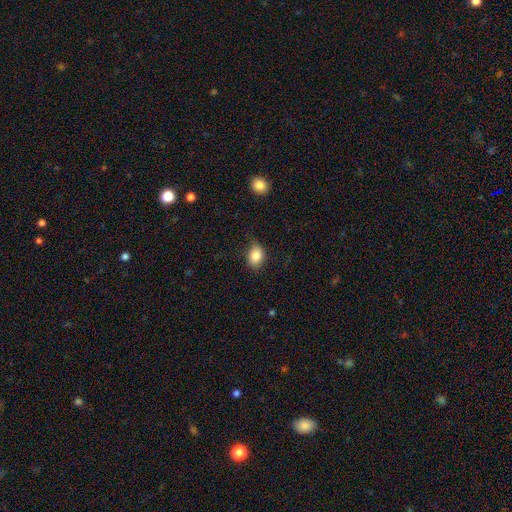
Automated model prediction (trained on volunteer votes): Smooth or featured?
  - smooth: 83% *
  - star or artifact: 9%
  - featured or disk: 8%
How rounded?
  - in between: 65% *
  - round: 34%
  - cigar-shaped: 1%
Merging?
  - none: 73% *
  - minor disturbance: 21%
  - major disturbance: 5%
  - merger: 1%